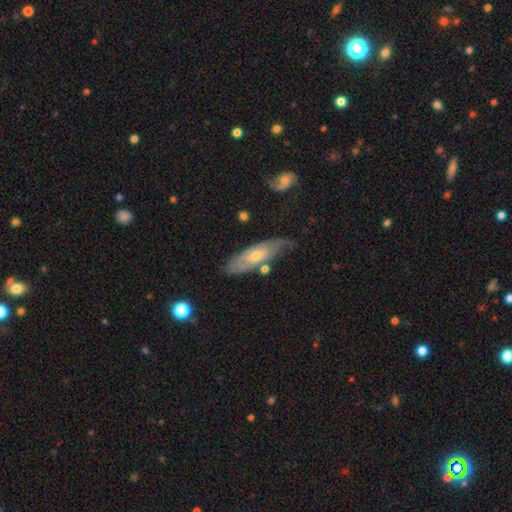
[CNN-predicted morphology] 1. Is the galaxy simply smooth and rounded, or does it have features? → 65% featured or disk, 30% smooth, 6% star or artifact.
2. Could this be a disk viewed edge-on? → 78% no, 22% yes.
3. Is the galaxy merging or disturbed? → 61% none, 25% minor disturbance, 8% major disturbance, 6% merger.